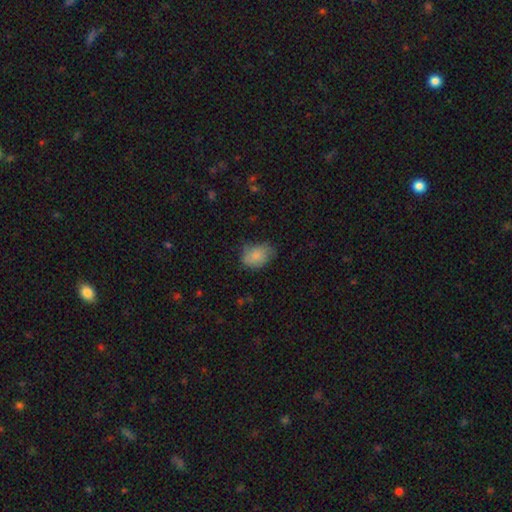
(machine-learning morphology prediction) This is clearly a smooth galaxy (81%). How rounded: likely in between (76%). Merging: likely none (61%).